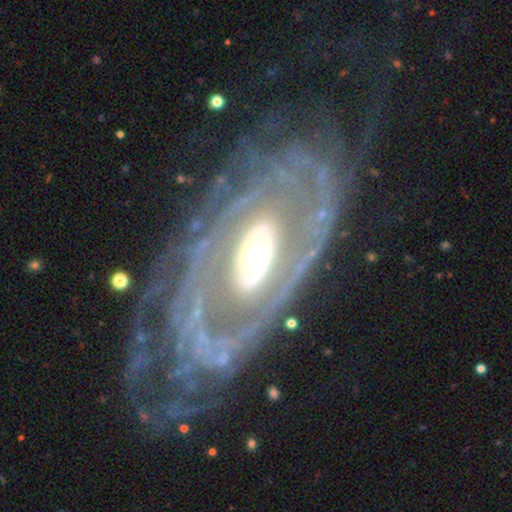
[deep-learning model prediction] smooth_or_featured: featured or disk (p=0.88) [alt: smooth p=0.07]
disk_edge_on: no (p=0.93) [alt: yes p=0.07]
bar: no (p=0.54) [alt: weak p=0.26]
has_spiral_arms: yes (p=0.85) [alt: no p=0.15]
spiral_winding: tight (p=0.63) [alt: medium p=0.25]
spiral_arm_count: can't tell (p=0.38) [alt: 2 p=0.25]
bulge_size: moderate (p=0.62) [alt: large p=0.21]
merging: none (p=0.61) [alt: minor disturbance p=0.19]